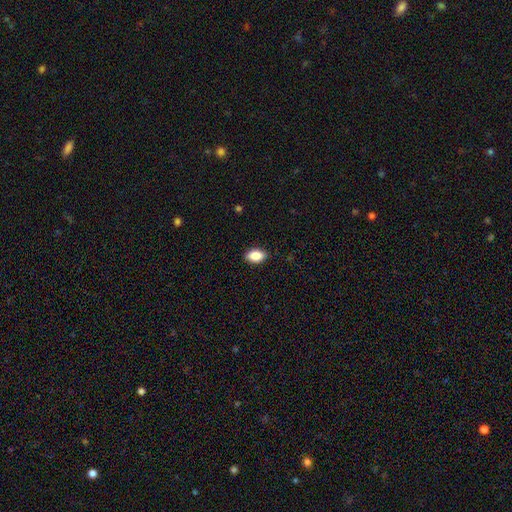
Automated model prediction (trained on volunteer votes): Smooth or featured? smooth (87%)
How rounded? in between (90%)
Merging? none (89%)